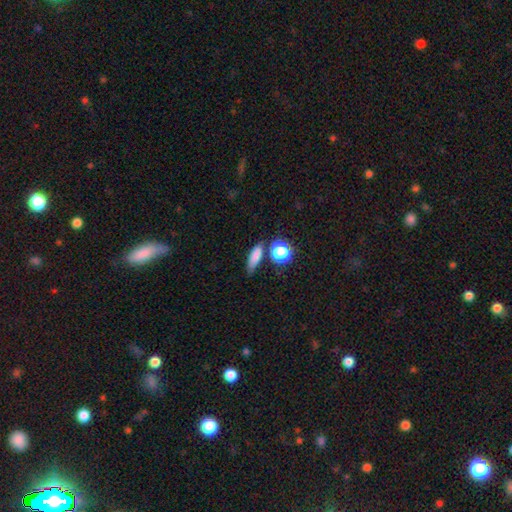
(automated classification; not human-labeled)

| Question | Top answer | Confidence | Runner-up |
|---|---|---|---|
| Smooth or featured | smooth | 79% | star or artifact (12%) |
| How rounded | in between | 47% | cigar-shaped (36%) |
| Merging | none | 66% | minor disturbance (18%) |